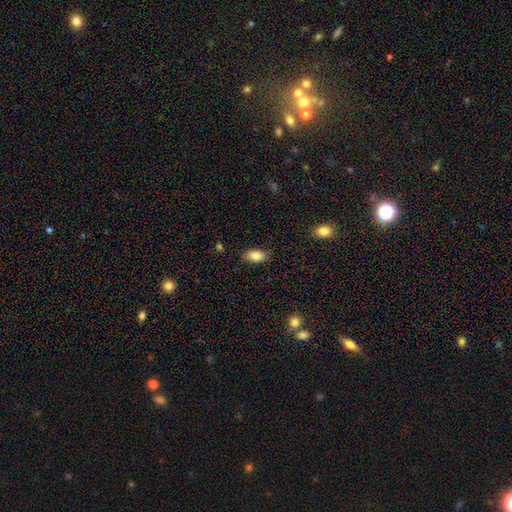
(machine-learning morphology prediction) Smooth or featured?
  - smooth: 84% *
  - featured or disk: 9%
  - star or artifact: 7%
How rounded?
  - in between: 91% *
  - cigar-shaped: 5%
  - round: 4%
Merging?
  - none: 83% *
  - minor disturbance: 13%
  - major disturbance: 3%
  - merger: 1%